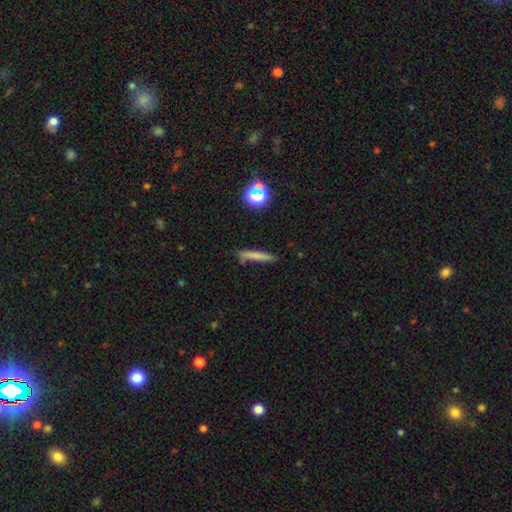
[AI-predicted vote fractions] smooth 71%, featured or disk 18%, star or artifact 12%. Down the decision tree: how rounded — cigar-shaped (90%); merging — none (72%).